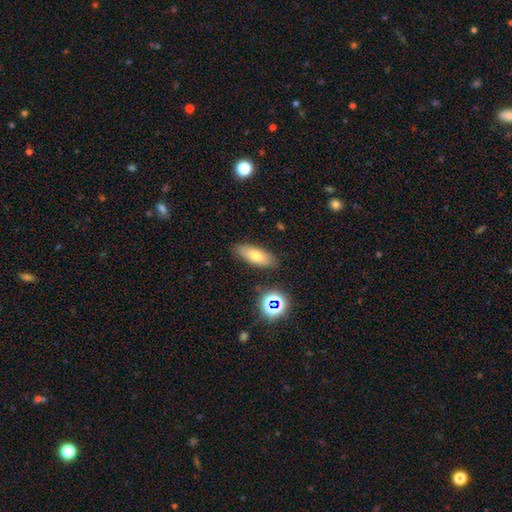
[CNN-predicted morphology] Smooth or featured: smooth — 71% (featured or disk — 18%)
How rounded: in between — 67% (cigar-shaped — 29%)
Merging: none — 86% (minor disturbance — 9%)